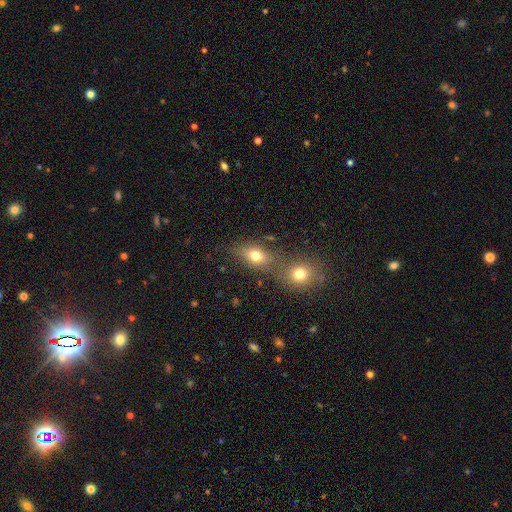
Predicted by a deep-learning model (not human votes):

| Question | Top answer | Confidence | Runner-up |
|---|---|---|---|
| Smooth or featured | smooth | 72% | star or artifact (14%) |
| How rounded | in between | 64% | round (32%) |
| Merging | none | 49% | merger (36%) |